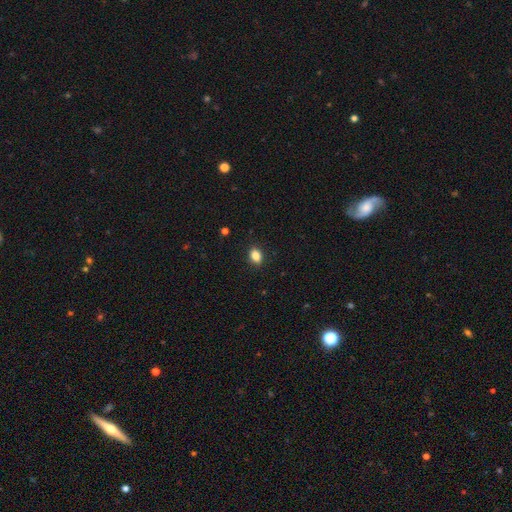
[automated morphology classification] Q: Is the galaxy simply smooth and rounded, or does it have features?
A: smooth — 85%.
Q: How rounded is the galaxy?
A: in between — 77%.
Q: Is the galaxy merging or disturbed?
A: none — 89%.